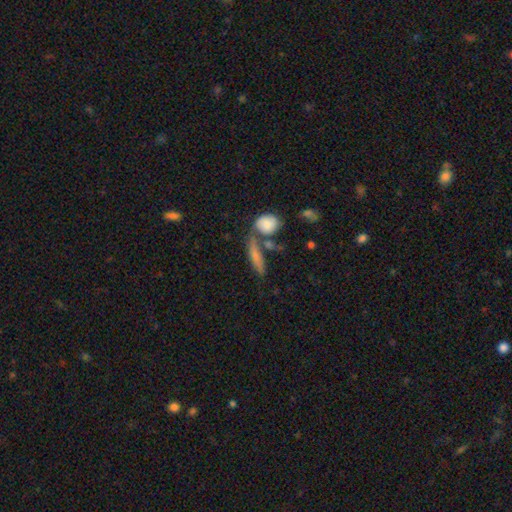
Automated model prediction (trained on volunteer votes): smooth-or-featured: smooth: 64% | featured or disk: 27% | star or artifact: 8%
  how-rounded: cigar-shaped: 71% | in between: 23% | round: 6%
  merging: none: 52% | merger: 27% | minor disturbance: 14% | major disturbance: 7%